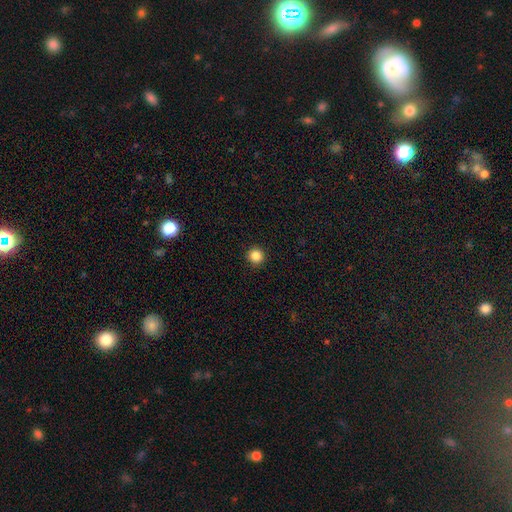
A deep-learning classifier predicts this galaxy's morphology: A smooth galaxy with no disk features (86%) that is round (95%).

Vote fractions:
- Smooth or featured? smooth: 86% / star or artifact: 11% / featured or disk: 3%
- How rounded? round: 95% / in between: 4% / cigar-shaped: 1%
- Merging? none: 93% / minor disturbance: 5% / major disturbance: 2% / merger: 1%